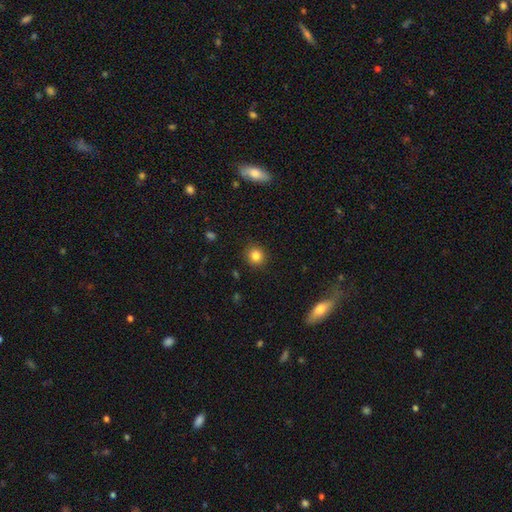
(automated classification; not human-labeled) This appears to be a smooth galaxy with no disk features (83%) that is round (88%). Merging: none (90%).